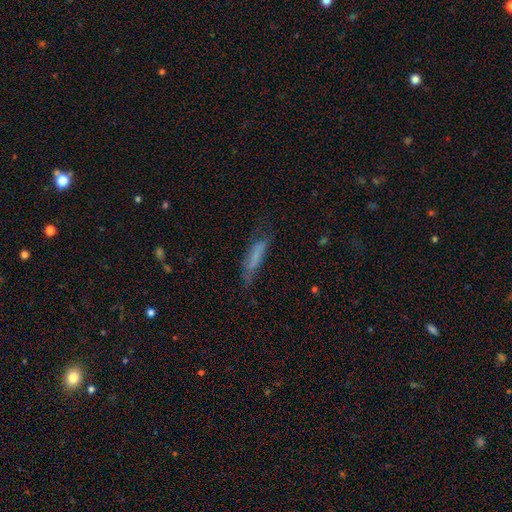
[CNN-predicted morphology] Smooth or featured? Predicted: smooth (p=0.61). How rounded? Predicted: cigar-shaped (p=0.74). Merging? Predicted: none (p=0.49).